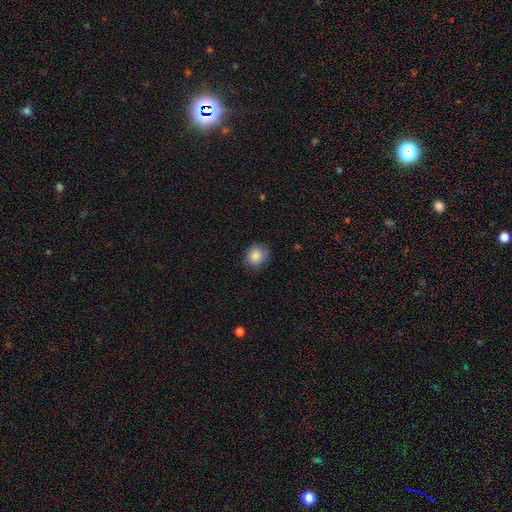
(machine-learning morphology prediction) Smooth or featured? Predicted: smooth (p=0.87). How rounded? Predicted: round (p=0.73). Merging? Predicted: none (p=0.80).